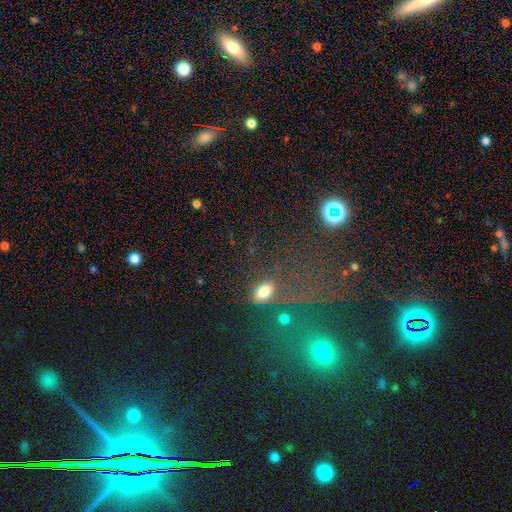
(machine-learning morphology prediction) A star or artifact, not a galaxy (59%).

Vote fractions:
- Smooth or featured? star or artifact: 59% / smooth: 30% / featured or disk: 12%